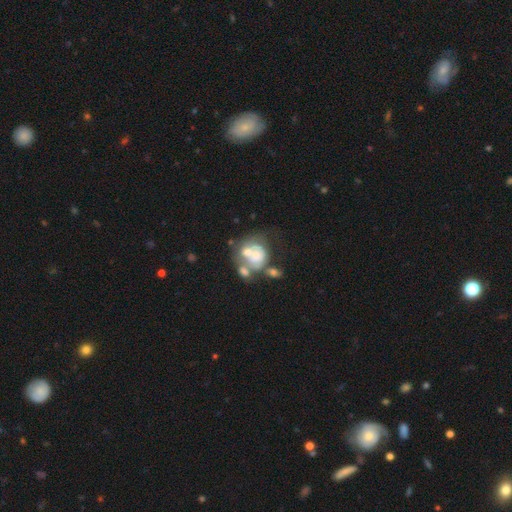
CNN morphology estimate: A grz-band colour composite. It shows a featured or disk galaxy (49%). Merging: merger (47%).